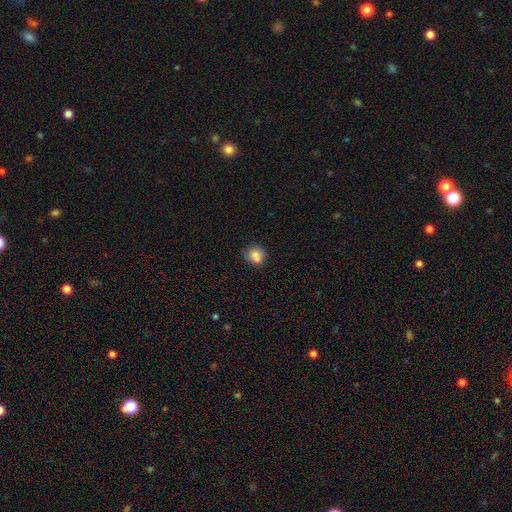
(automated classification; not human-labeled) Morphology: type=smooth (81%); roundness=round (84%); merging=none (65%).